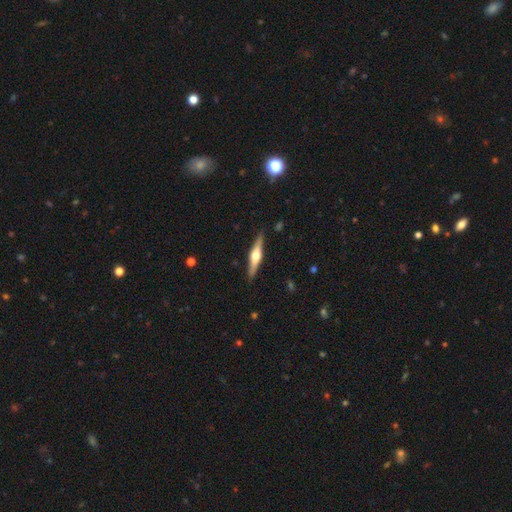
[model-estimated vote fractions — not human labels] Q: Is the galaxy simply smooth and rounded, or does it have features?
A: featured or disk — 66%.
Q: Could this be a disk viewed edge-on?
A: yes — 97%.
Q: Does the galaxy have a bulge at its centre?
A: rounded — 91%.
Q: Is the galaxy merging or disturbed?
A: none — 88%.